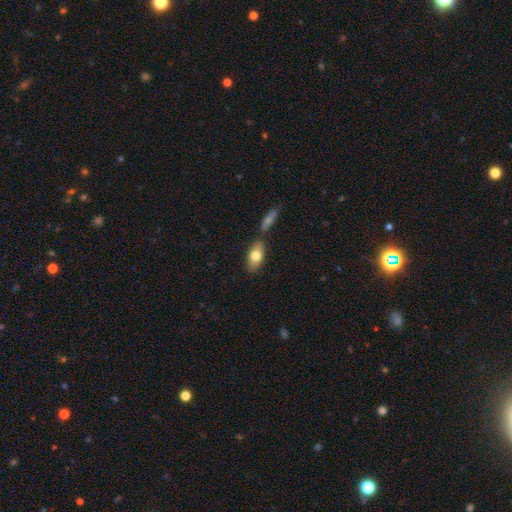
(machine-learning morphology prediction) This appears to be a smooth galaxy with no disk features (74%) that is in between round and cigar-shaped (86%). Merging: none (71%).